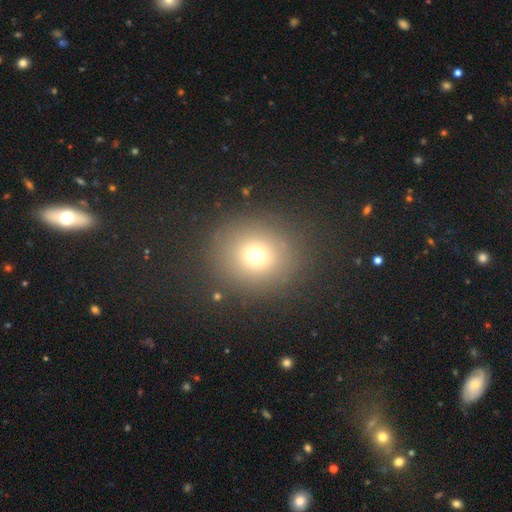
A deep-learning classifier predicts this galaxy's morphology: Smooth or featured?
  - smooth: 70% *
  - star or artifact: 19%
  - featured or disk: 11%
How rounded?
  - round: 87% *
  - in between: 12%
  - cigar-shaped: 1%
Merging?
  - none: 85% *
  - minor disturbance: 8%
  - major disturbance: 5%
  - merger: 2%